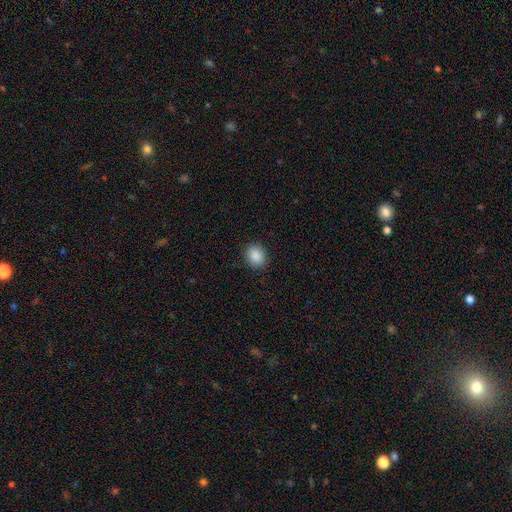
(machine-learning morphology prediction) smooth_or_featured: smooth (p=0.88) [alt: star or artifact p=0.09]
how_rounded: round (p=0.63) [alt: in between p=0.36]
merging: none (p=0.88) [alt: minor disturbance p=0.08]